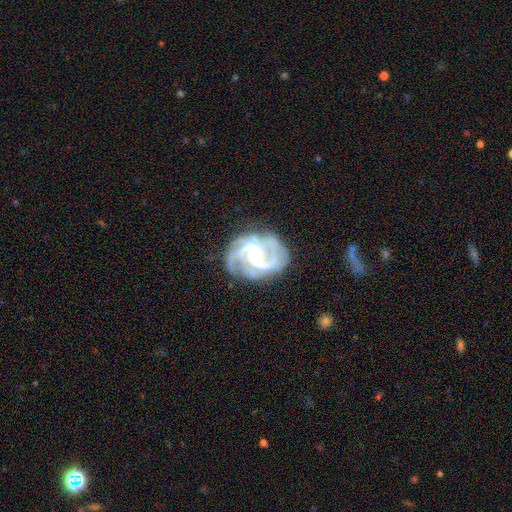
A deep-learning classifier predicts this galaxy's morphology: A featured or disk galaxy (91%) with no bar (48%), 3 (37%) tight (49%) spiral arms (98%) and a small central bulge (53%). Merging: none (75%).